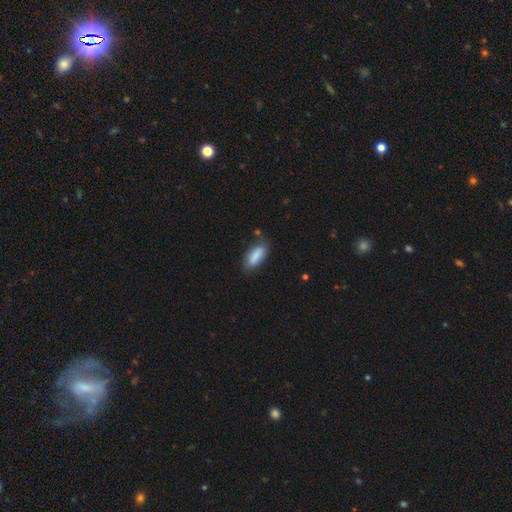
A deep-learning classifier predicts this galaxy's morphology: Overall: smooth (88%). How rounded: in between (80%). Merging: none (77%).